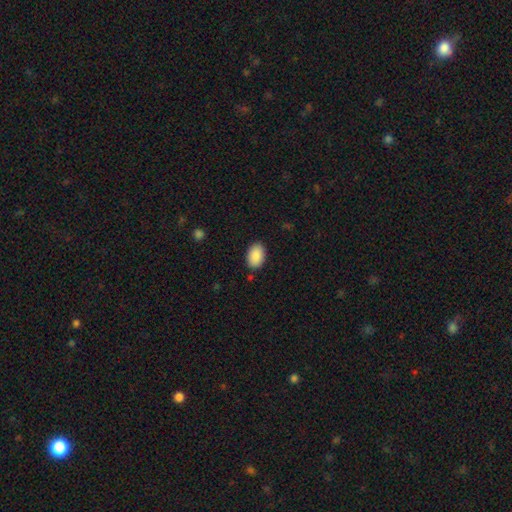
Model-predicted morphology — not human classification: type=smooth (90%); roundness=in between (90%); merging=none (86%).